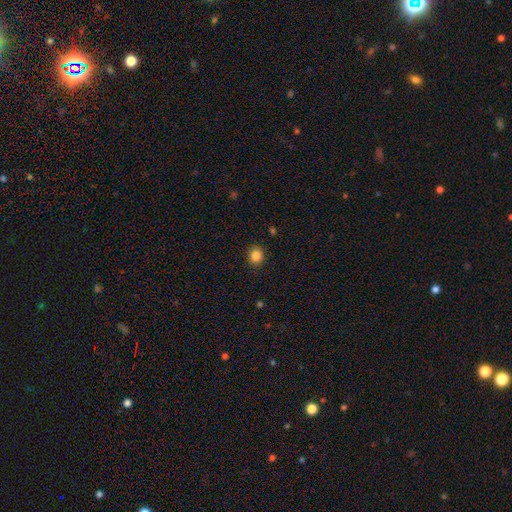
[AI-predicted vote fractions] Overall: smooth (85%). How rounded: round (75%). Merging: none (91%).